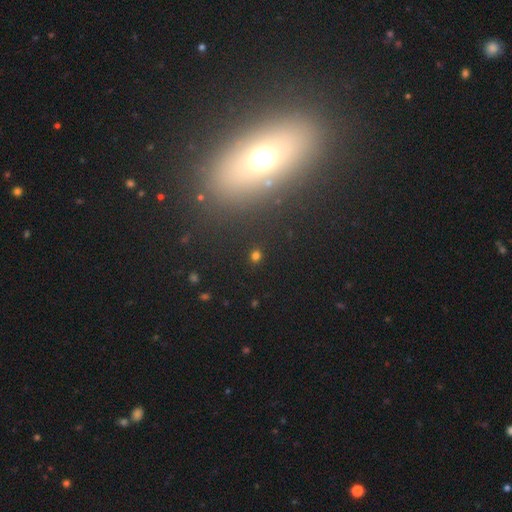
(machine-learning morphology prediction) smooth 71%, star or artifact 24%, featured or disk 5%. Down the decision tree: how rounded — round (76%); merging — none (87%).